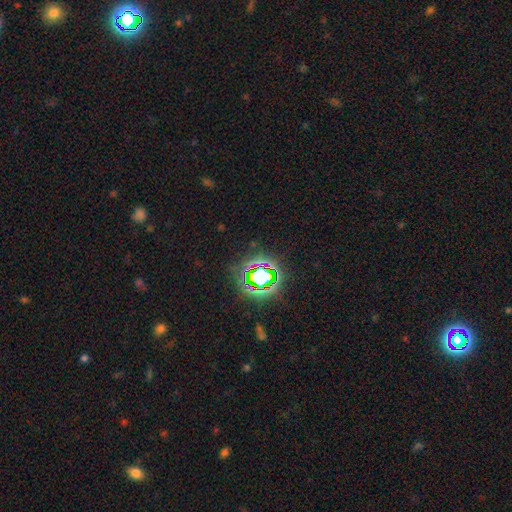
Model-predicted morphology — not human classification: smooth_or_featured: star or artifact (p=0.80) [alt: smooth p=0.12]